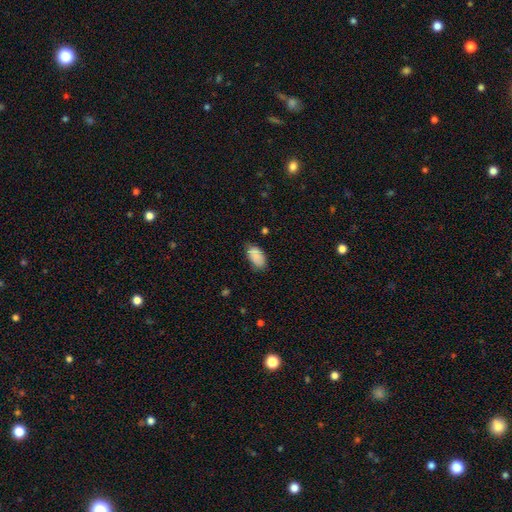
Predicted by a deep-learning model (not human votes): Smooth or featured? smooth (88%)
How rounded? in between (94%)
Merging? none (75%)